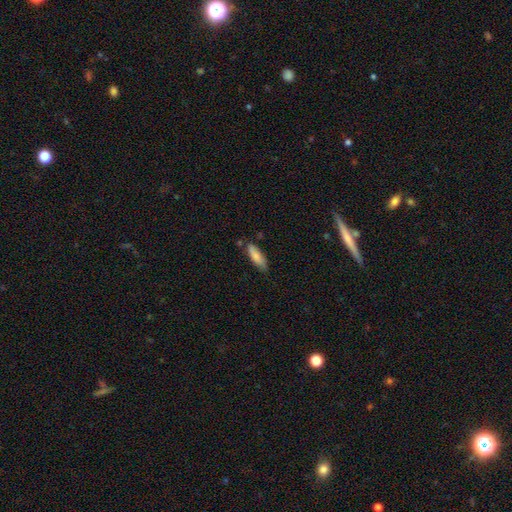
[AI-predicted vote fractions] Smooth or featured? Predicted: smooth (p=0.81). How rounded? Predicted: cigar-shaped (p=0.50). Merging? Predicted: none (p=0.69).